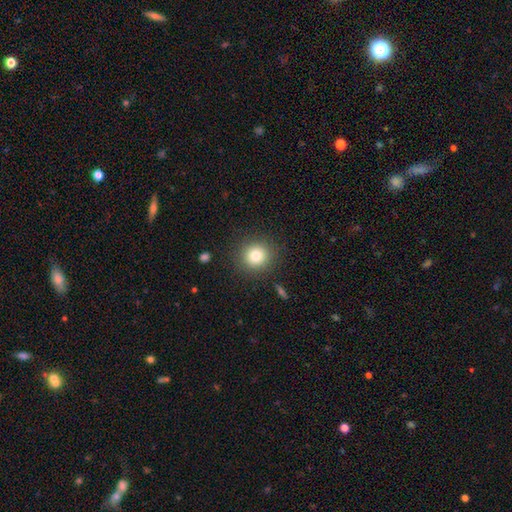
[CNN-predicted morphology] Q: Smooth or featured?
A: smooth (80%); runner-up: star or artifact (11%)
Q: How rounded?
A: round (90%); runner-up: in between (9%)
Q: Merging?
A: none (87%); runner-up: minor disturbance (8%)